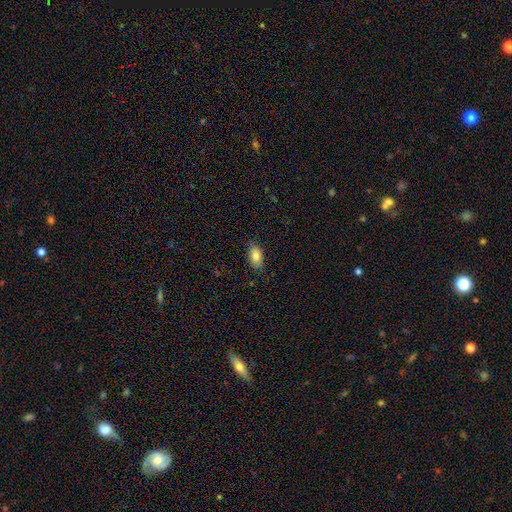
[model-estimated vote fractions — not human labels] Overall: smooth (85%). How rounded: in between (91%). Merging: none (80%).